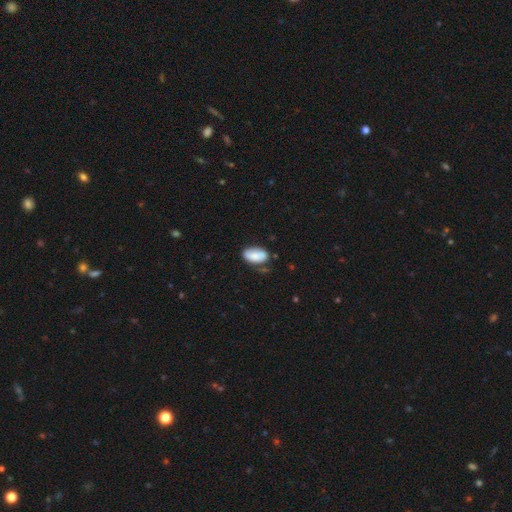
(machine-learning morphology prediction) This appears to be a smooth galaxy with no disk features (83%) that is in between round and cigar-shaped (93%). Merging: none (62%).